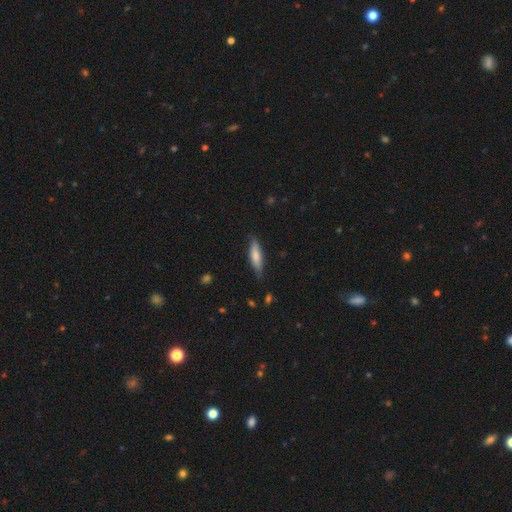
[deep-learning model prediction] smooth_or_featured: smooth (p=0.72) [alt: featured or disk p=0.22]
how_rounded: cigar-shaped (p=0.66) [alt: in between p=0.32]
merging: none (p=0.78) [alt: minor disturbance p=0.17]